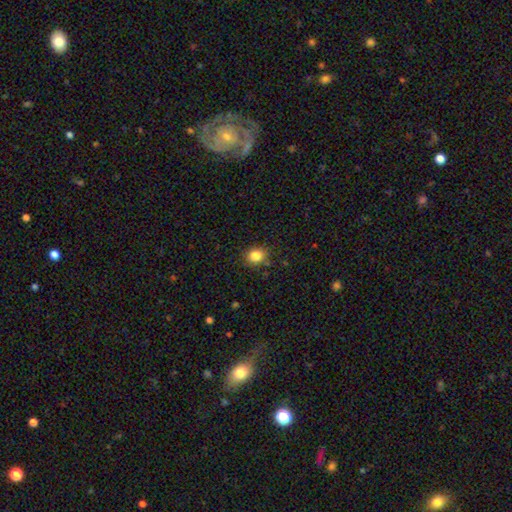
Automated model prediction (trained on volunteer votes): Smooth or featured? Predicted: smooth (p=0.84). How rounded? Predicted: round (p=0.68). Merging? Predicted: none (p=0.82).